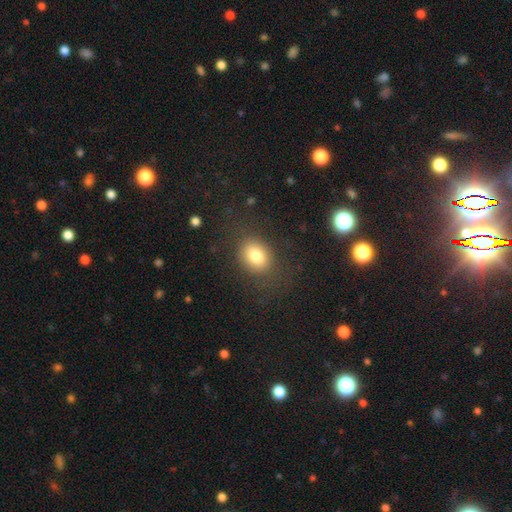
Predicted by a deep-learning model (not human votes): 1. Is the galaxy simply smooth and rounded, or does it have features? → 79% smooth, 11% featured or disk, 10% star or artifact.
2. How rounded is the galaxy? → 62% in between, 37% round, 1% cigar-shaped.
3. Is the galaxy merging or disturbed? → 79% none, 12% minor disturbance, 8% major disturbance, 1% merger.